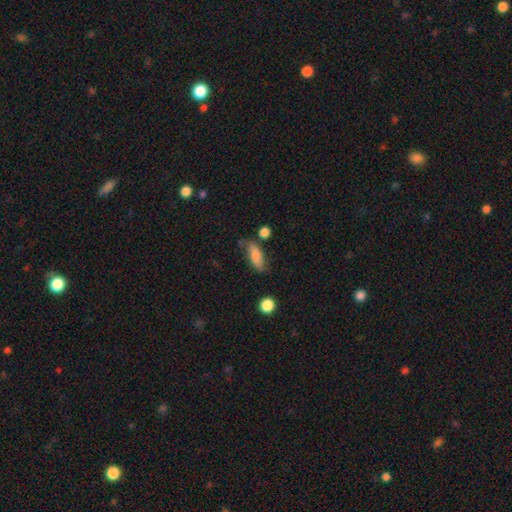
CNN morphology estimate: A smooth galaxy with no disk features (79%) that is in between round and cigar-shaped (69%). Merging: none (63%).